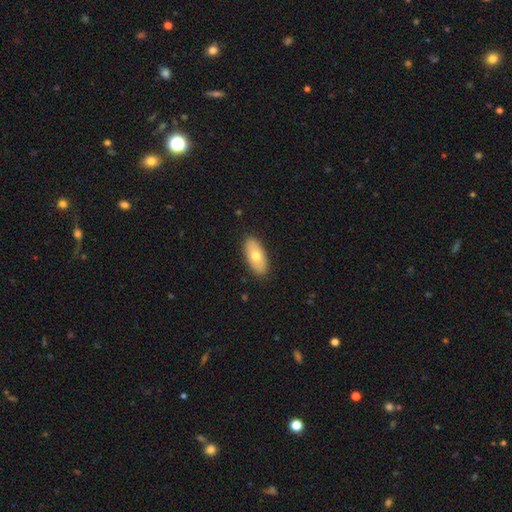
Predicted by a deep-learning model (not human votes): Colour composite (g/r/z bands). It shows a smooth galaxy with no disk features (70%) that is in between round and cigar-shaped (91%). Merging: none (88%).